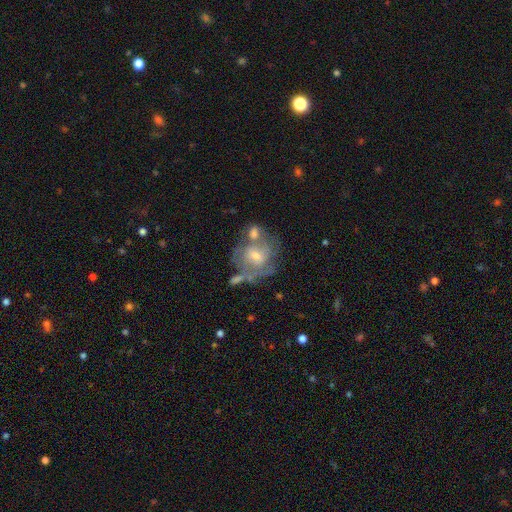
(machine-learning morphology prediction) Smooth or featured? featured or disk (69%)
Edge-on disk? no (97%)
Bar? no (67%)
Spiral arms? yes (70%)
Bulge size? small (52%)
Merging? none (42%)